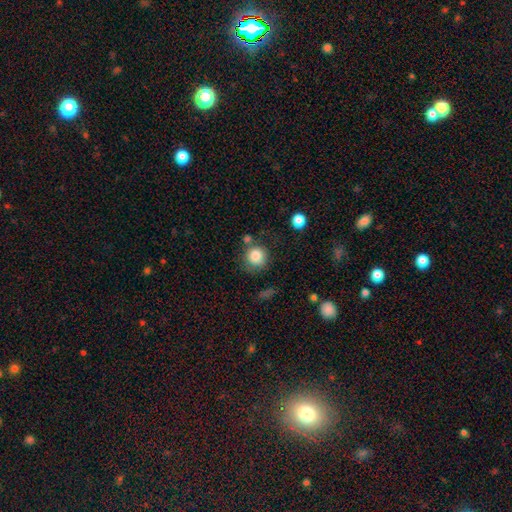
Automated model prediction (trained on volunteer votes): This is clearly a smooth galaxy (85%). How rounded: clearly round (90%). Merging: likely none (68%).